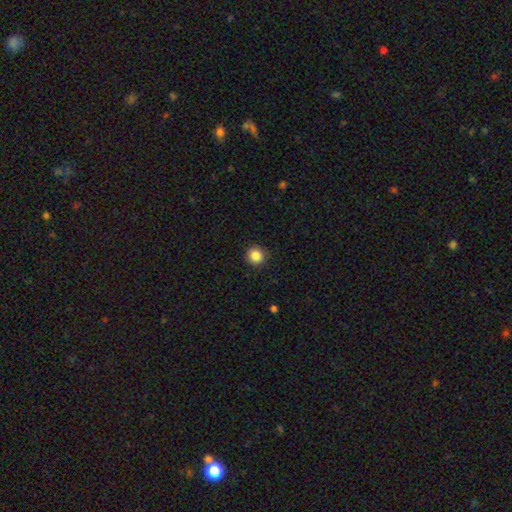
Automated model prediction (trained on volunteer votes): Smooth or featured? Predicted: smooth (p=0.86). How rounded? Predicted: round (p=0.93). Merging? Predicted: none (p=0.91).